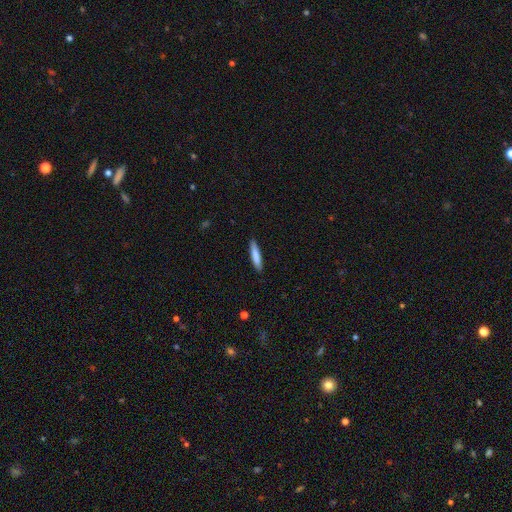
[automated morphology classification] A smooth galaxy with no disk features (81%) that is cigar-shaped (90%).

Vote fractions:
- Smooth or featured? smooth: 81% / featured or disk: 13% / star or artifact: 6%
- How rounded? cigar-shaped: 90% / in between: 9% / round: 1%
- Merging? none: 89% / minor disturbance: 8% / major disturbance: 2% / merger: 1%